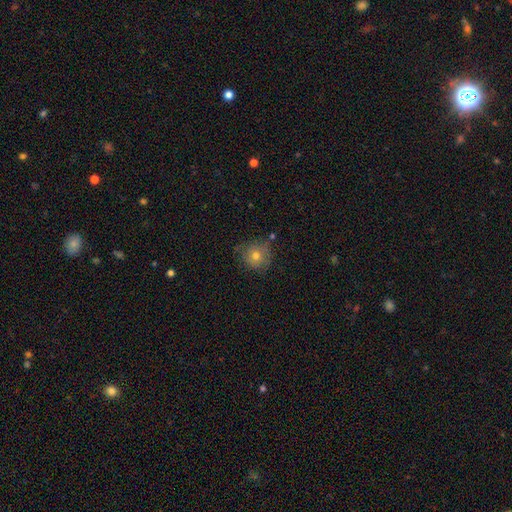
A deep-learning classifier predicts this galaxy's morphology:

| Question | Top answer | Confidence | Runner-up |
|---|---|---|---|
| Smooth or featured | smooth | 75% | featured or disk (14%) |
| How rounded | round | 90% | in between (9%) |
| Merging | none | 71% | minor disturbance (21%) |